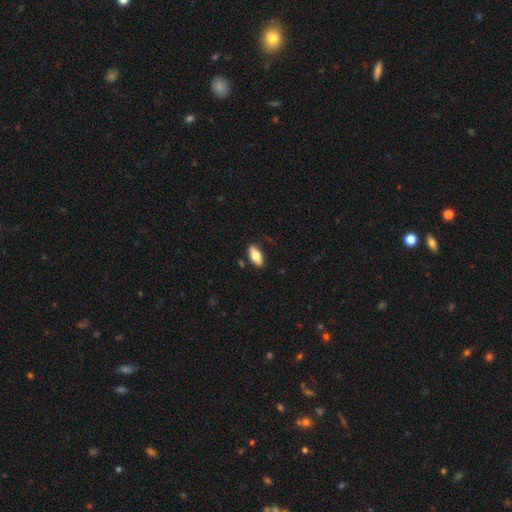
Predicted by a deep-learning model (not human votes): smooth 71%, featured or disk 23%, star or artifact 6%. Down the decision tree: how rounded — in between (85%); merging — none (85%).